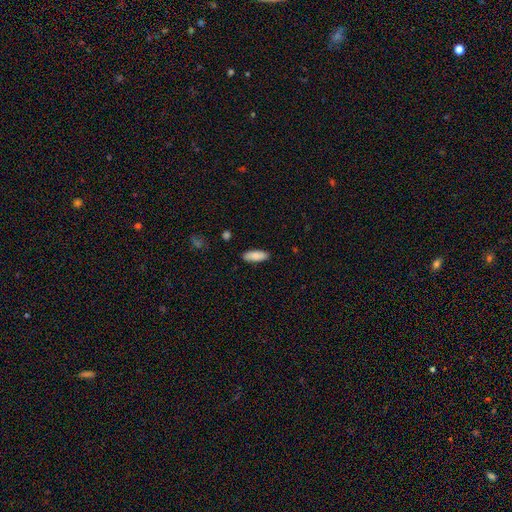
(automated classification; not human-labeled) A smooth galaxy with no disk features (87%) that is in between round and cigar-shaped (73%). Merging: none (88%).